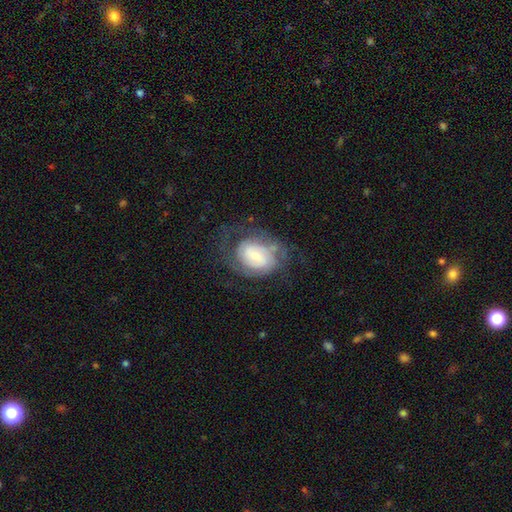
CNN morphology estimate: This appears to be a featured or disk galaxy (70%) with a weak bar (45%), 2 (44%) tight (51%) spiral arms (87%) and a small central bulge (57%). Merging: none (55%).